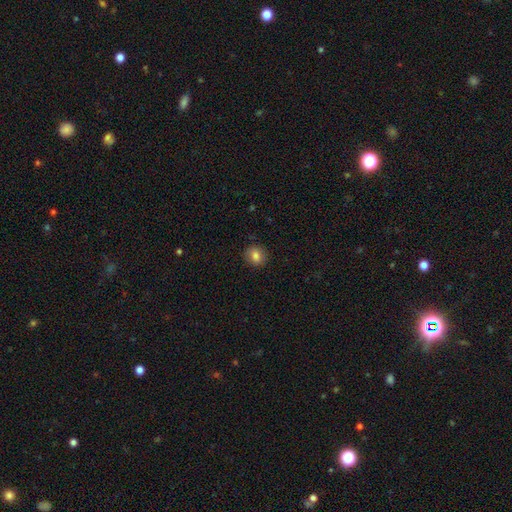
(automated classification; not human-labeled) smooth_or_featured: smooth (p=0.82) [alt: star or artifact p=0.10]
how_rounded: round (p=0.76) [alt: in between p=0.23]
merging: none (p=0.89) [alt: minor disturbance p=0.08]